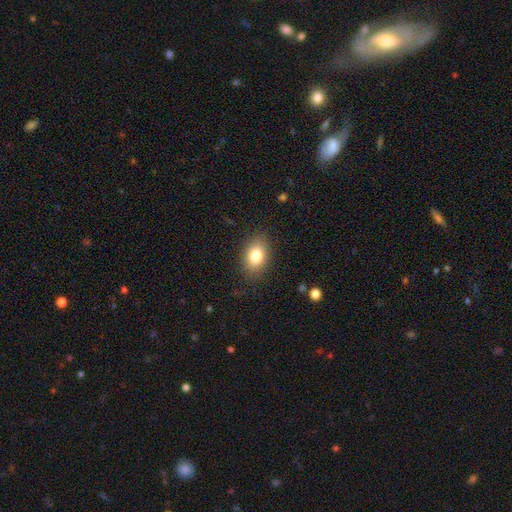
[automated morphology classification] Smooth or featured?
  - smooth: 82% *
  - featured or disk: 9%
  - star or artifact: 9%
How rounded?
  - in between: 83% *
  - round: 16%
  - cigar-shaped: 1%
Merging?
  - none: 84% *
  - minor disturbance: 11%
  - major disturbance: 3%
  - merger: 1%